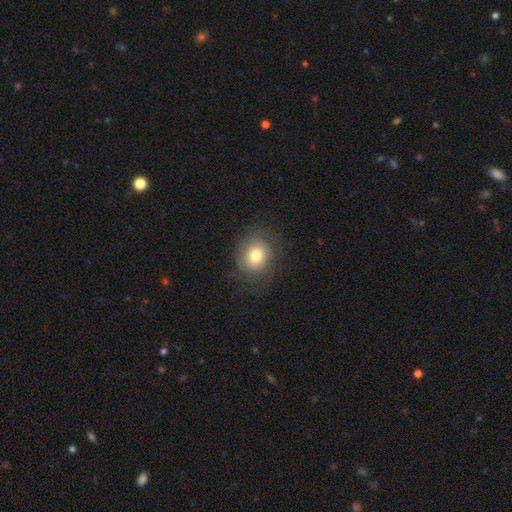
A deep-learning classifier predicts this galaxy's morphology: type=smooth (73%); roundness=round (73%); merging=none (74%).